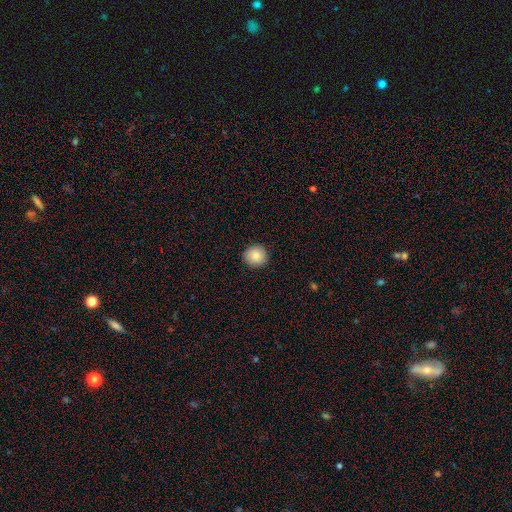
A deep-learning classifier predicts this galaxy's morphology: type=smooth (86%); roundness=round (91%); merging=none (90%).